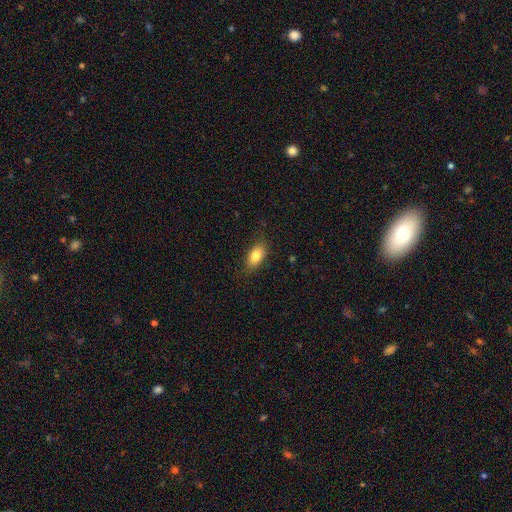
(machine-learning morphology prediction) Smooth or featured? Predicted: smooth (p=0.81). How rounded? Predicted: in between (p=0.88). Merging? Predicted: none (p=0.81).